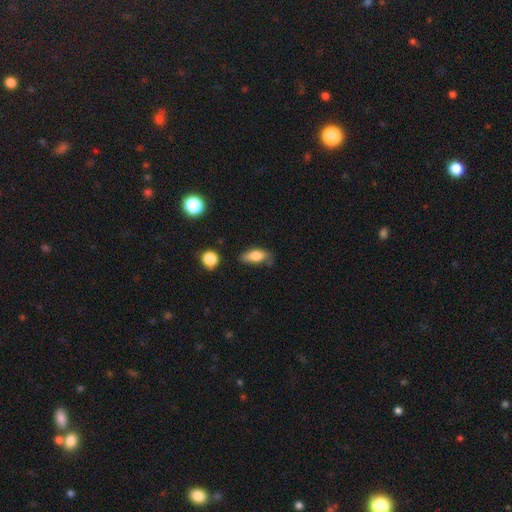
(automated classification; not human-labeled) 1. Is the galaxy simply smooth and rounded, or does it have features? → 77% smooth, 15% featured or disk, 8% star or artifact.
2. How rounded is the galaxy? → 80% in between, 15% cigar-shaped, 5% round.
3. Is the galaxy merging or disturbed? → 58% none, 31% minor disturbance, 8% major disturbance, 4% merger.